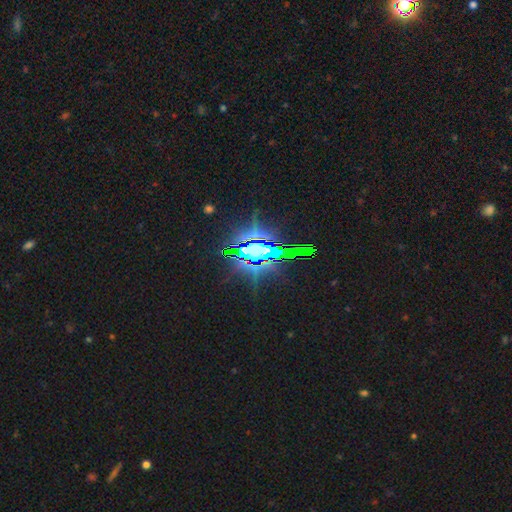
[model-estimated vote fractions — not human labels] Smooth or featured? star or artifact (86%)